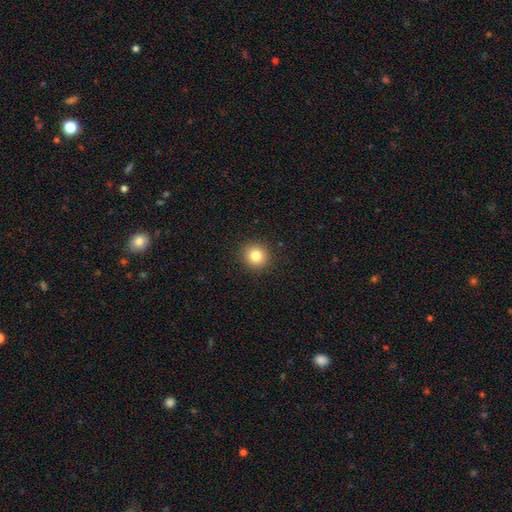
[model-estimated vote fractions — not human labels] A smooth galaxy with no disk features (82%) that is round (90%). Merging: none (92%).